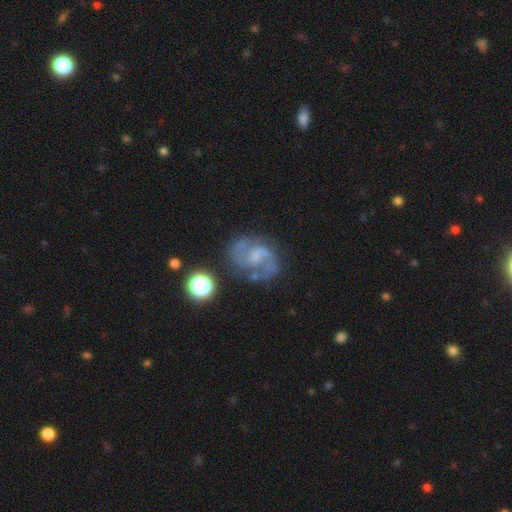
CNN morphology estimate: This is clearly a featured or disk galaxy (86%). It is clearly not viewed edge-on (98%). Bar: possibly weak (52%). Spiral arm pattern: clearly yes (96%). Spiral arm count: clearly 2 (90%). Spiral winding: possibly medium (59%). Central bulge: marginally small (38%). Merging: likely none (71%).